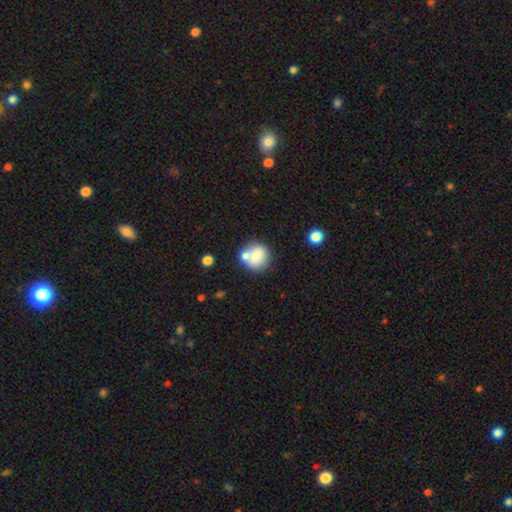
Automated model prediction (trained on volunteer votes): smooth_or_featured: smooth (p=0.71) [alt: featured or disk p=0.20]
how_rounded: round (p=0.86) [alt: in between p=0.13]
merging: none (p=0.54) [alt: merger p=0.31]